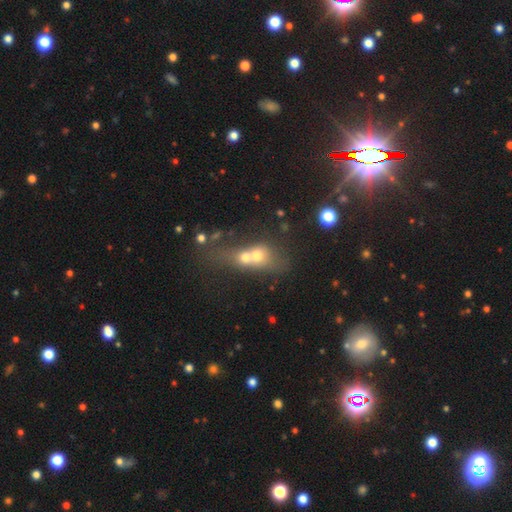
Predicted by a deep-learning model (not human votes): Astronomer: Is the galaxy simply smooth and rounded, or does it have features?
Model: smooth — 56%.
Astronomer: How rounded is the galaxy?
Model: round — 49% (runner-up: in between, 42%).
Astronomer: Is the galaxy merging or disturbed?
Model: merger — 75%.